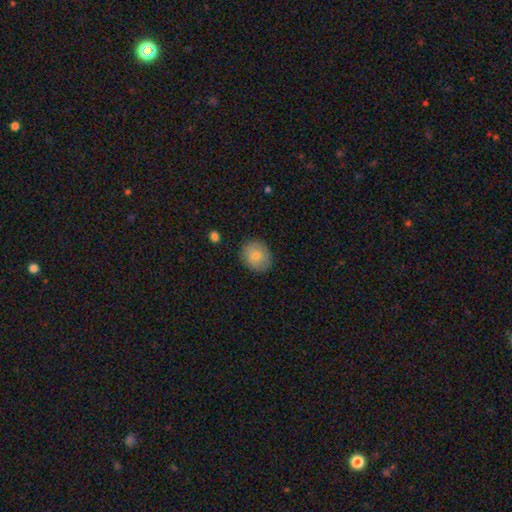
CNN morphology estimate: smooth-or-featured: smooth: 78% | featured or disk: 14% | star or artifact: 7%
  how-rounded: round: 65% | in between: 35% | cigar-shaped: 1%
  merging: none: 84% | minor disturbance: 12% | major disturbance: 3% | merger: 1%